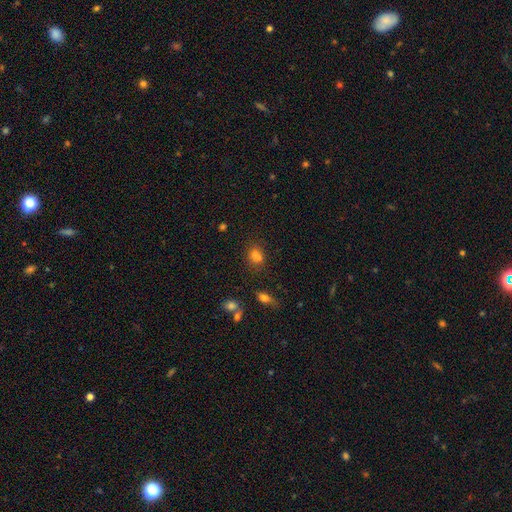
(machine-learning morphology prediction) A smooth galaxy with no disk features (75%) that is in between round and cigar-shaped (52%).

Vote fractions:
- Smooth or featured? smooth: 75% / star or artifact: 16% / featured or disk: 10%
- How rounded? in between: 52% / round: 47% / cigar-shaped: 2%
- Merging? none: 50% / merger: 30% / minor disturbance: 15% / major disturbance: 5%